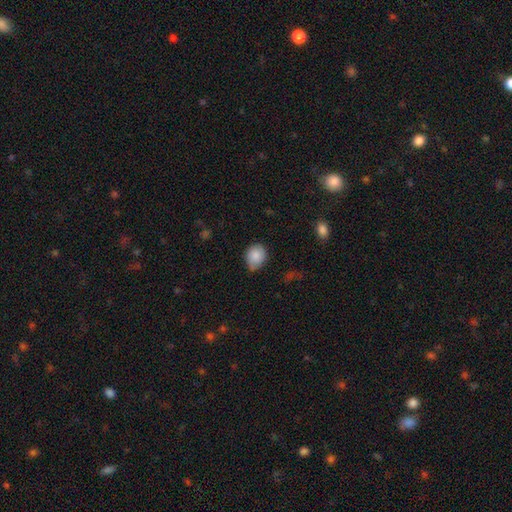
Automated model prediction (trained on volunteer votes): A smooth galaxy with no disk features (85%) that is round (53%).

Vote fractions:
- Smooth or featured? smooth: 85% / star or artifact: 8% / featured or disk: 7%
- How rounded? round: 53% / in between: 46% / cigar-shaped: 1%
- Merging? none: 60% / minor disturbance: 33% / major disturbance: 5% / merger: 2%